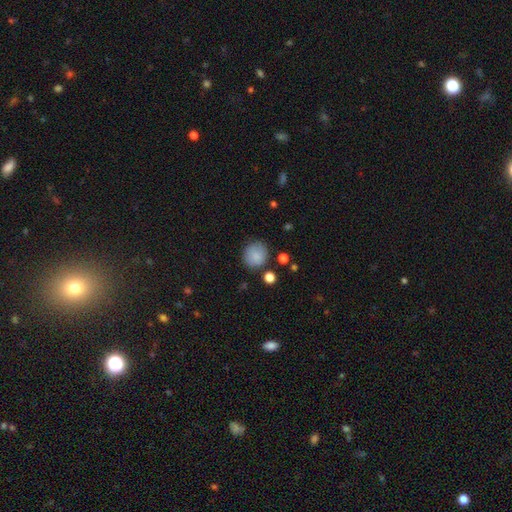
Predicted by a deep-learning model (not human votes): Smooth or featured?
  - smooth: 86% *
  - star or artifact: 9%
  - featured or disk: 6%
How rounded?
  - round: 87% *
  - in between: 12%
  - cigar-shaped: 1%
Merging?
  - none: 81% *
  - minor disturbance: 12%
  - major disturbance: 4%
  - merger: 3%